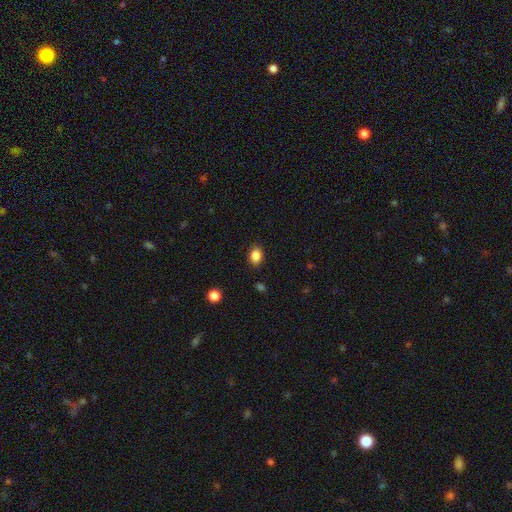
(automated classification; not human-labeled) Overall: smooth (86%). How rounded: in between (72%). Merging: none (86%).